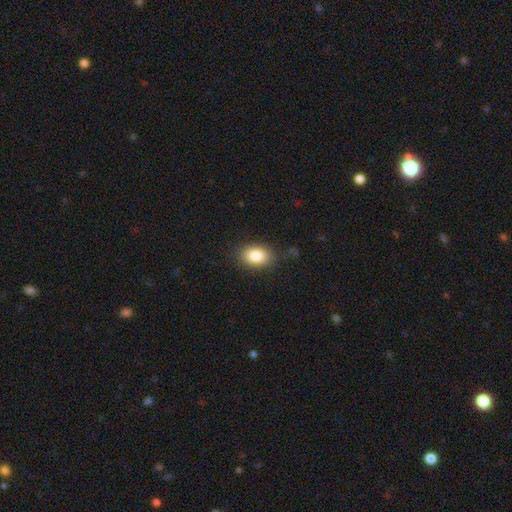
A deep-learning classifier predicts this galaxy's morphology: The model was most divided on "how rounded": in between: 79%, round: 20%, cigar-shaped: 1%. More confident: smooth or featured — smooth (85%); merging — none (83%).